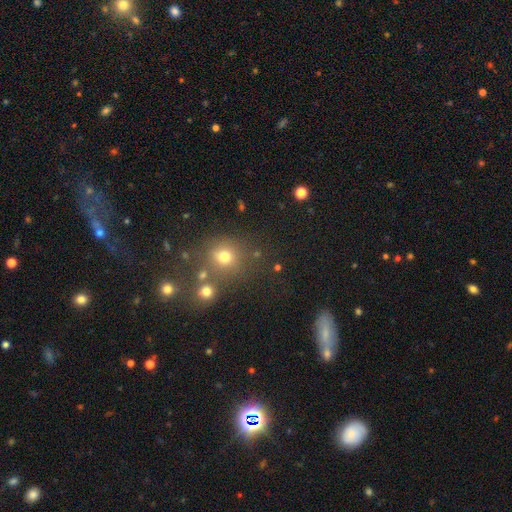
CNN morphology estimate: smooth 55%, star or artifact 34%, featured or disk 11%. Down the decision tree: how rounded — round (83%); merging — none (70%).